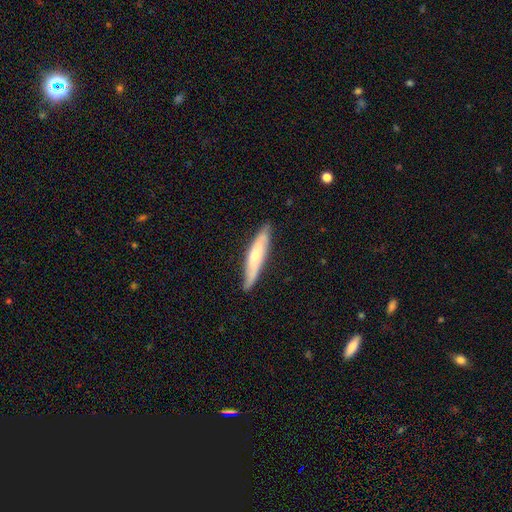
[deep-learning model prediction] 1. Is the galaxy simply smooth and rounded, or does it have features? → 48% smooth, 47% featured or disk, 5% star or artifact.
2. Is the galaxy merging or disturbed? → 79% none, 17% minor disturbance, 3% major disturbance, 1% merger.